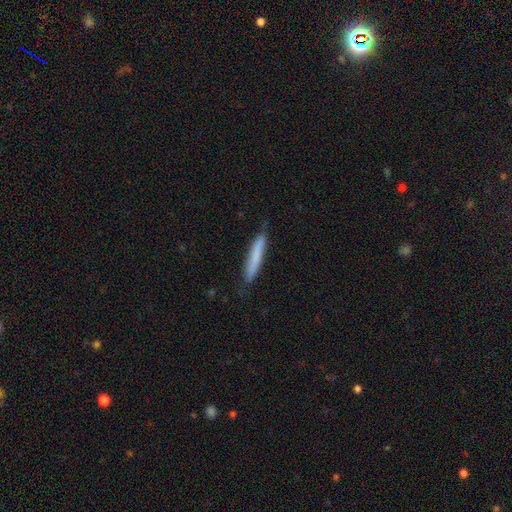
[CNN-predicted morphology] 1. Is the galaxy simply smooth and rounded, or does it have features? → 74% smooth, 20% featured or disk, 6% star or artifact.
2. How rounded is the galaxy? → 94% cigar-shaped, 5% in between, 1% round.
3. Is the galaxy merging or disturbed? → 81% none, 15% minor disturbance, 2% major disturbance, 1% merger.